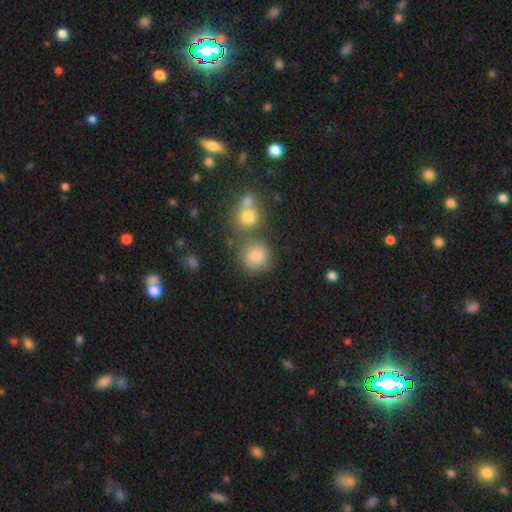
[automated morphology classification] smooth 78%, star or artifact 11%, featured or disk 10%. Down the decision tree: how rounded — round (87%); merging — none (66%).